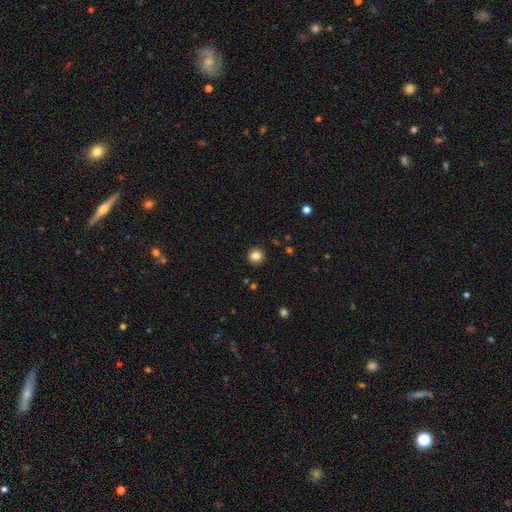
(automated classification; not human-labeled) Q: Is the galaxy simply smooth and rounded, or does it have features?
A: smooth — 83%.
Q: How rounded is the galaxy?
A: round — 94%.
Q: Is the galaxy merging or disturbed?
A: none — 92%.